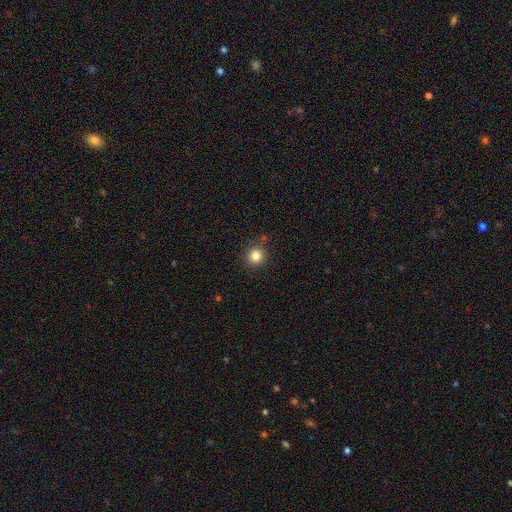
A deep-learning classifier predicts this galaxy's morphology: smooth-or-featured: smooth: 83% | star or artifact: 12% | featured or disk: 5%
  how-rounded: round: 92% | in between: 7% | cigar-shaped: 1%
  merging: none: 86% | minor disturbance: 9% | merger: 3% | major disturbance: 3%